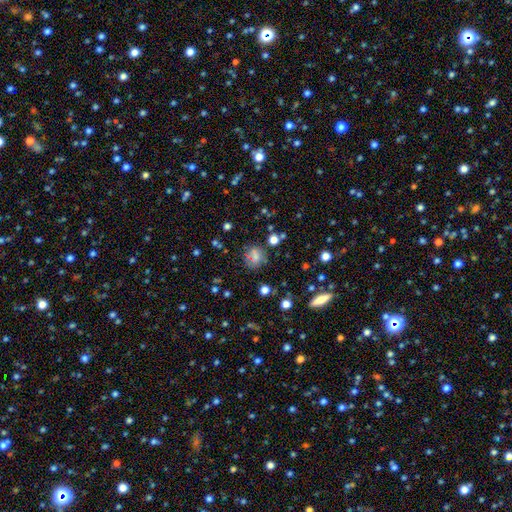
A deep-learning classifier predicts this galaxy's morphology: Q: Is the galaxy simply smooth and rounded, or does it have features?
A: smooth — 49%.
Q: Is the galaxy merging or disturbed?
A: none — 70%.